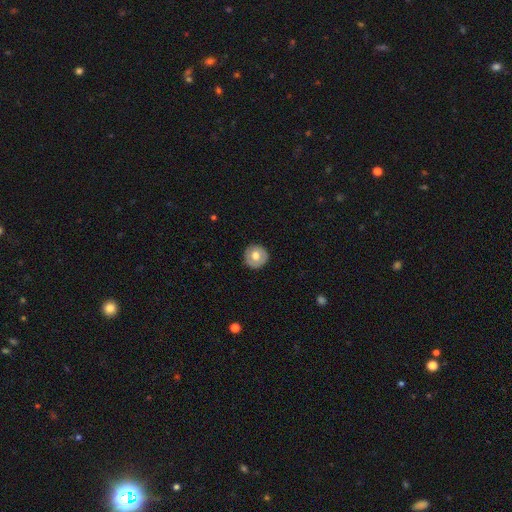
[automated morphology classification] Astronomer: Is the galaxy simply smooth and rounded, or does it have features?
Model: smooth — 66%.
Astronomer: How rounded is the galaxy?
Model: round — 95%.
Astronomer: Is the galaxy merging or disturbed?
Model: none — 89%.